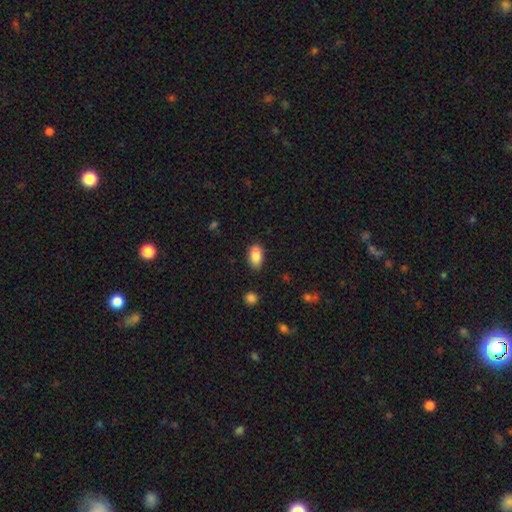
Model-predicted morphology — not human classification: Smooth or featured? Predicted: smooth (p=0.86). How rounded? Predicted: in between (p=0.92). Merging? Predicted: none (p=0.84).